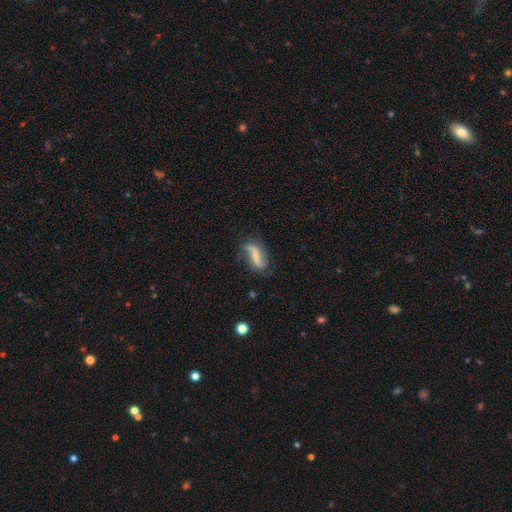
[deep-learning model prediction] This is likely a featured or disk galaxy (62%). It is clearly not viewed edge-on (91%). Bar: marginally strong (39%). Spiral arm pattern: clearly yes (87%). Central bulge: possibly small (47%). Merging: likely none (65%).